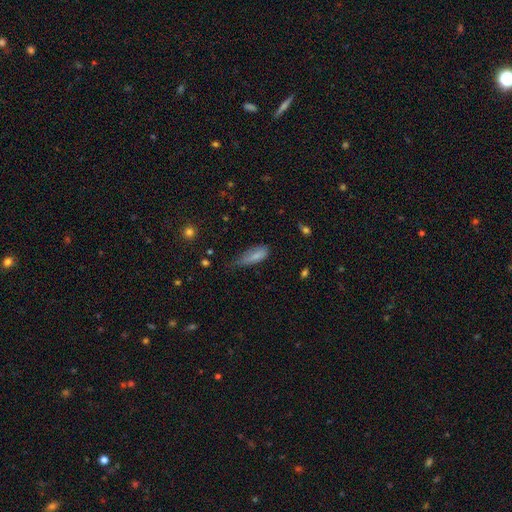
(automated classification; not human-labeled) This appears to be a smooth galaxy with no disk features (80%) that is in between round and cigar-shaped (74%). Merging: minor disturbance (47%).